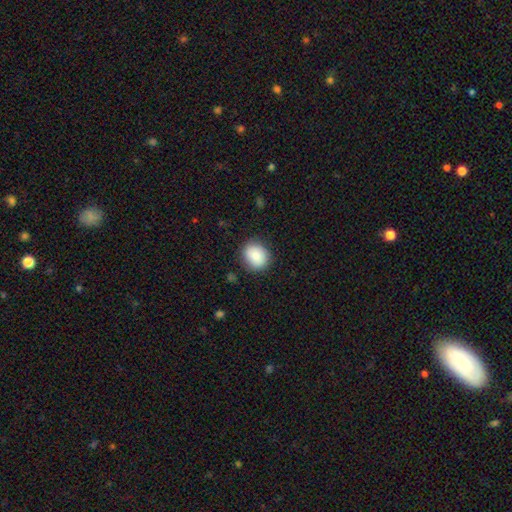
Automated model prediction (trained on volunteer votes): Overall: smooth (83%). How rounded: round (70%). Merging: none (85%).